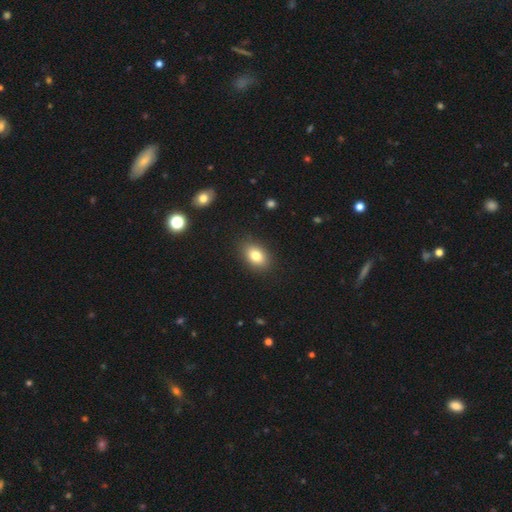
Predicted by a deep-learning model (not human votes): Q: Smooth or featured?
A: smooth (82%); runner-up: star or artifact (9%)
Q: How rounded?
A: in between (81%); runner-up: round (18%)
Q: Merging?
A: none (87%); runner-up: minor disturbance (9%)